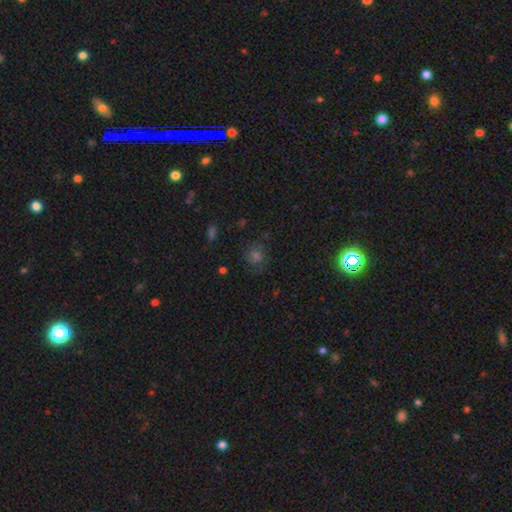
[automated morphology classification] This is possibly a smooth galaxy (52%). How rounded: clearly round (84%). Merging: likely none (80%).